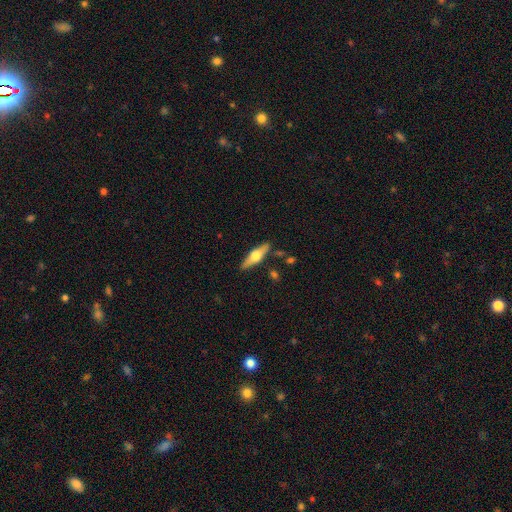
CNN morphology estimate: smooth-or-featured: featured or disk: 55% | smooth: 39% | star or artifact: 6%
  disk-edge-on: yes: 92% | no: 8%
    edge-on-bulge: rounded: 94% | boxy: 4% | none: 2%
  merging: none: 86% | minor disturbance: 9% | merger: 2% | major disturbance: 2%